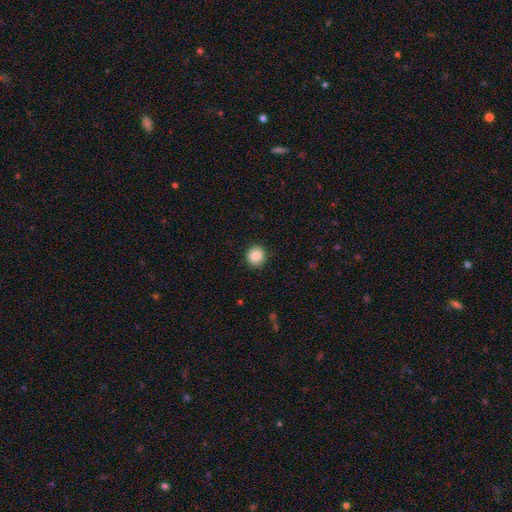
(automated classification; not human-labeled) Morphology: type=smooth (86%); roundness=round (91%); merging=none (91%).